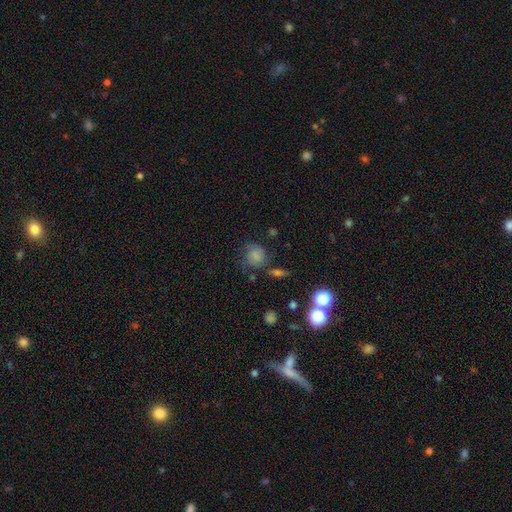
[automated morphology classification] A smooth galaxy with no disk features (72%) that is round (78%).

Vote fractions:
- Smooth or featured? smooth: 72% / featured or disk: 16% / star or artifact: 12%
- How rounded? round: 78% / in between: 20% / cigar-shaped: 1%
- Merging? none: 58% / minor disturbance: 24% / major disturbance: 11% / merger: 7%